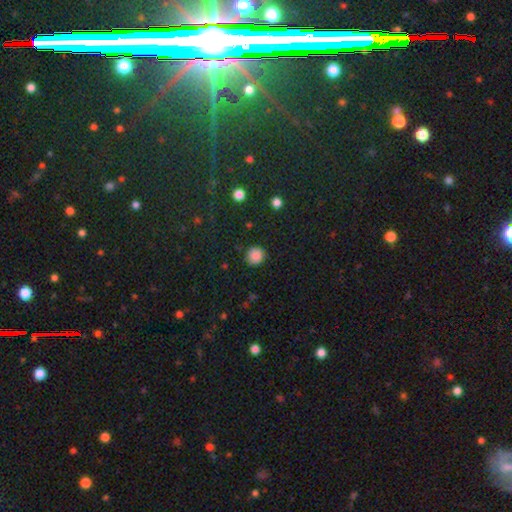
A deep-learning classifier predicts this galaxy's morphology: This is clearly a smooth galaxy (86%). How rounded: clearly round (90%). Merging: clearly none (88%).